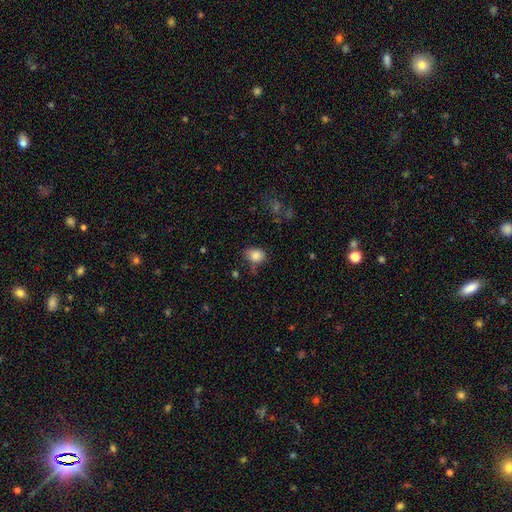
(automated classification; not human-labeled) Overall: smooth (84%). How rounded: in between (57%; round 42%). Merging: none (59%; minor disturbance 29%).